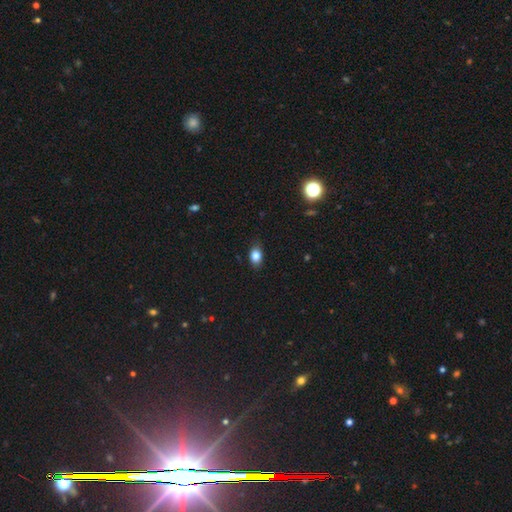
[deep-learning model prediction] A smooth galaxy with no disk features (83%) that is in between round and cigar-shaped (79%).

Vote fractions:
- Smooth or featured? smooth: 83% / star or artifact: 10% / featured or disk: 8%
- How rounded? in between: 79% / round: 19% / cigar-shaped: 2%
- Merging? none: 82% / minor disturbance: 14% / major disturbance: 3% / merger: 1%